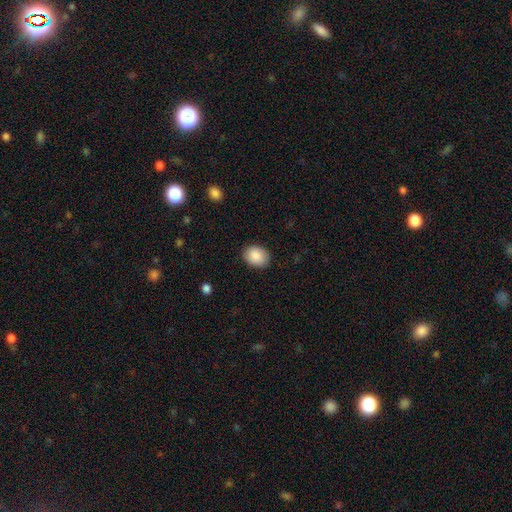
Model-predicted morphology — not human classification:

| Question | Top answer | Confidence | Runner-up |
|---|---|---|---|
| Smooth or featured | smooth | 89% | star or artifact (7%) |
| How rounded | in between | 61% | round (39%) |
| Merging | none | 87% | minor disturbance (10%) |